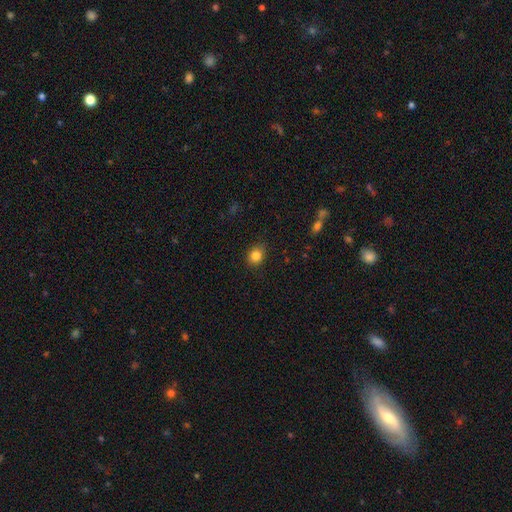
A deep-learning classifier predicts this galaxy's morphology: The model was most divided on "how rounded": round: 72%, in between: 27%, cigar-shaped: 1%. More confident: merging — none (85%); smooth or featured — smooth (84%).